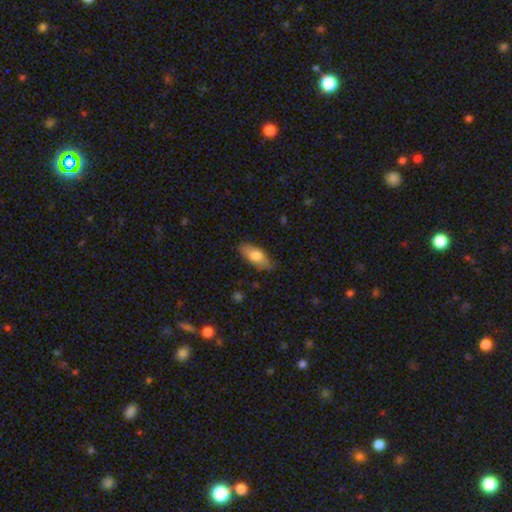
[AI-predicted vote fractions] Overall: smooth (74%). How rounded: in between (83%). Merging: none (80%).